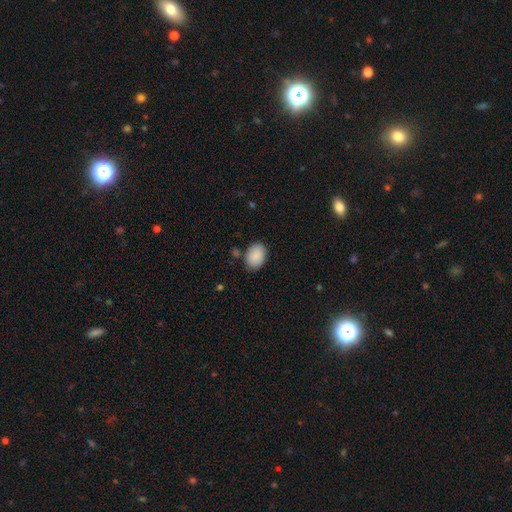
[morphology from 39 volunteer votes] Smooth or featured? smooth (82%)
How rounded? in between (75%)
Merging? none (94%)